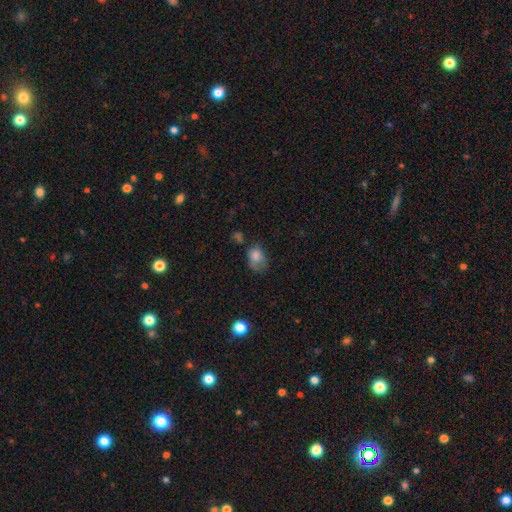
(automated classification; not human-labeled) A smooth galaxy with no disk features (77%) that is in between round and cigar-shaped (68%). Merging: minor disturbance (34%).